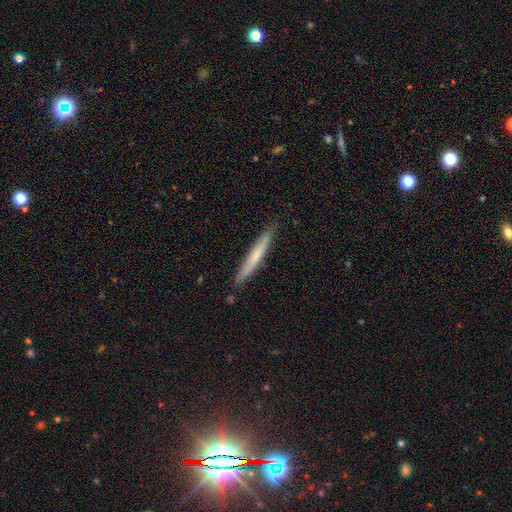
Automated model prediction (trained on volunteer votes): Overall: smooth (57%; featured or disk 37%). How rounded: cigar-shaped (96%). Merging: none (88%).